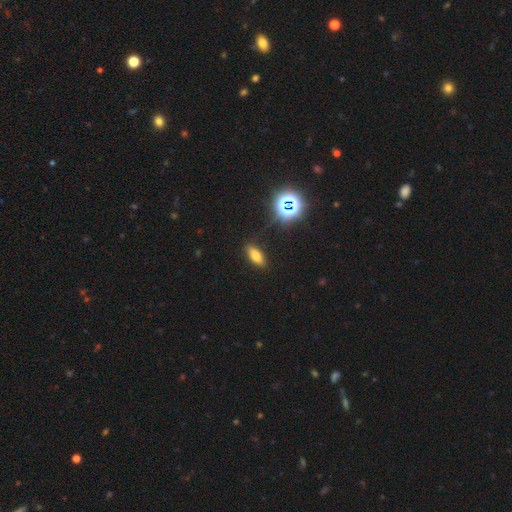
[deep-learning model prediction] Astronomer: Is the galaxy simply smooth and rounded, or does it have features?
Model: smooth — 67%.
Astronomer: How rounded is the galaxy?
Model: in between — 72%.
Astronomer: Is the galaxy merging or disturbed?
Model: none — 87%.